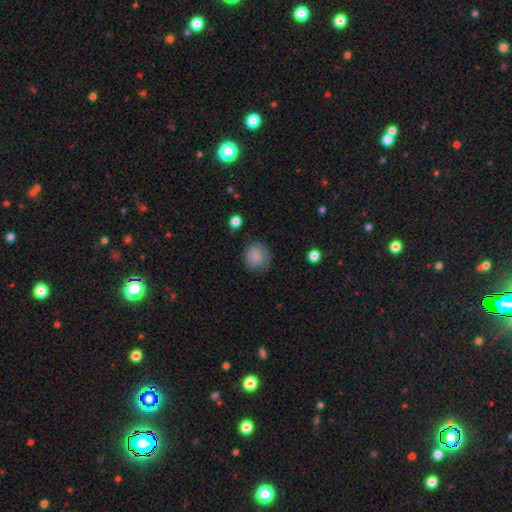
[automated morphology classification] smooth_or_featured: smooth (p=0.80) [alt: featured or disk p=0.12]
how_rounded: round (p=0.84) [alt: in between p=0.15]
merging: none (p=0.70) [alt: minor disturbance p=0.22]